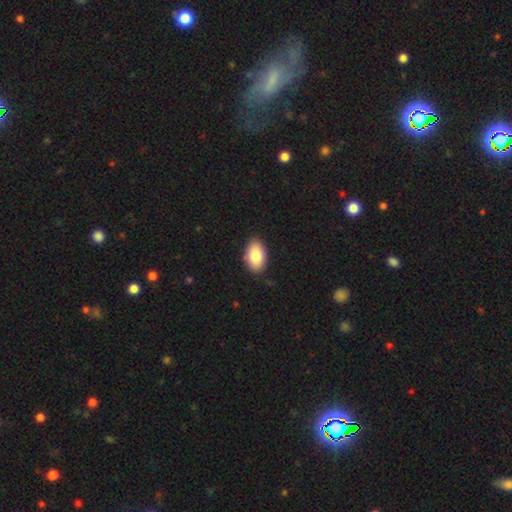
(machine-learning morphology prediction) Smooth or featured: smooth — 83% (featured or disk — 10%)
How rounded: in between — 93% (round — 6%)
Merging: none — 87% (minor disturbance — 10%)